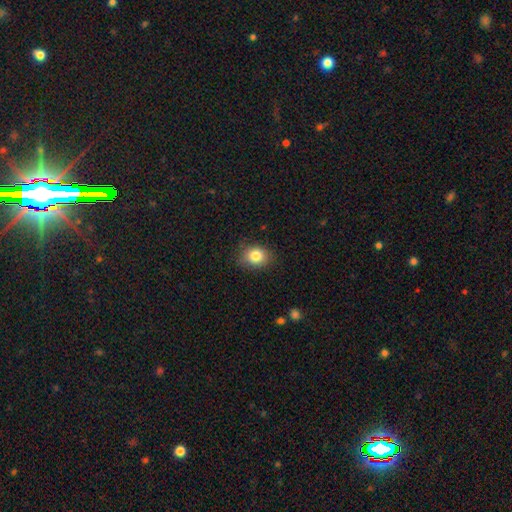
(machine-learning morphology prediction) Smooth or featured: smooth — 83% (star or artifact — 10%)
How rounded: in between — 50% (round — 49%)
Merging: none — 84% (minor disturbance — 12%)